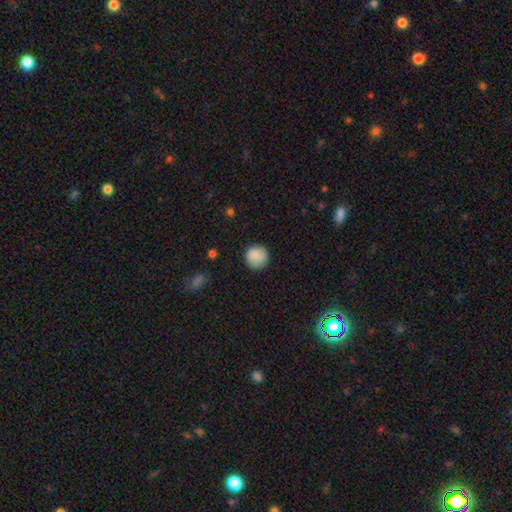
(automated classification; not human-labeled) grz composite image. It shows a smooth galaxy with no disk features (85%) that is round (92%). Merging: none (83%).